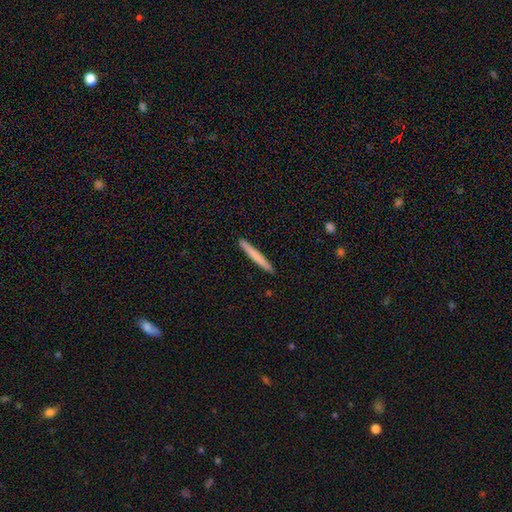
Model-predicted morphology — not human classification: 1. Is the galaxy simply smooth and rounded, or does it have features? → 72% smooth, 23% featured or disk, 5% star or artifact.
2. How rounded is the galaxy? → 97% cigar-shaped, 2% in between, 1% round.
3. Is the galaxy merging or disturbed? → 92% none, 5% minor disturbance, 1% major disturbance, 1% merger.